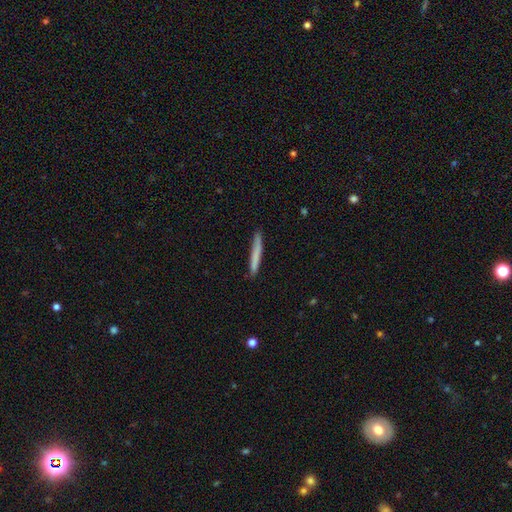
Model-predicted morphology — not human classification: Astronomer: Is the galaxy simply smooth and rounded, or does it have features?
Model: smooth — 73%.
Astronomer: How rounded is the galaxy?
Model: cigar-shaped — 96%.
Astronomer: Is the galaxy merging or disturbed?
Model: none — 87%.